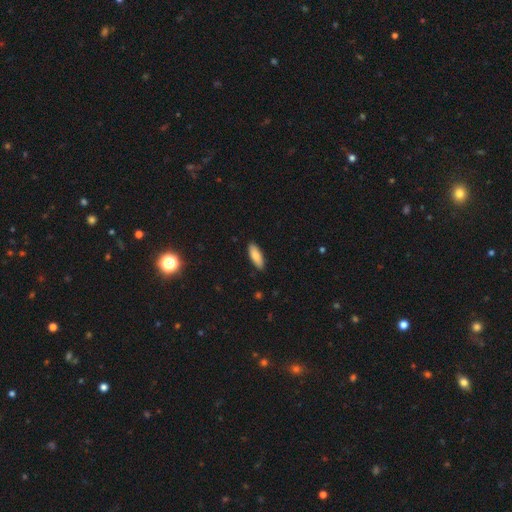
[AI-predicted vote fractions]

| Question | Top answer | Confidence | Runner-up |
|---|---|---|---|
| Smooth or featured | smooth | 83% | featured or disk (11%) |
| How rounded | in between | 67% | cigar-shaped (31%) |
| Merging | none | 88% | minor disturbance (9%) |